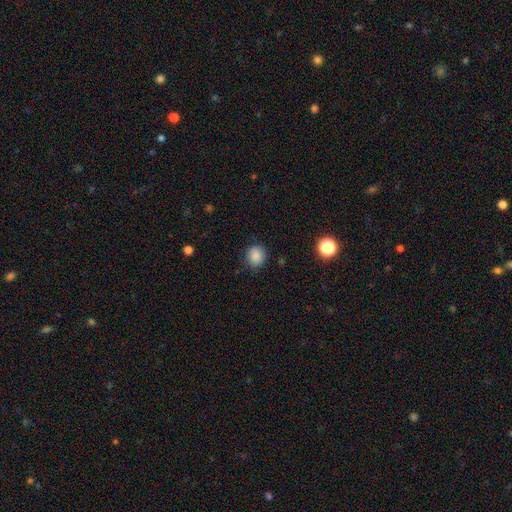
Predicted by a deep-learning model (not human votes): smooth 86%, star or artifact 10%, featured or disk 4%. Down the decision tree: how rounded — round (80%); merging — none (84%).